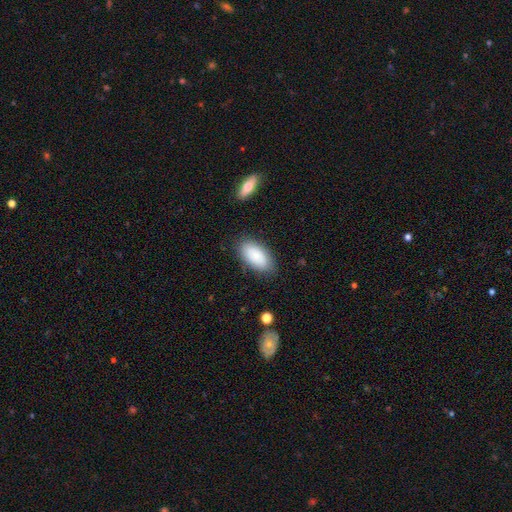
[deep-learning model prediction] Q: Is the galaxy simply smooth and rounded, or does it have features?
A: smooth — 79%.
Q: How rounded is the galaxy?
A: in between — 94%.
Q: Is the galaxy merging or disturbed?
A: none — 82%.